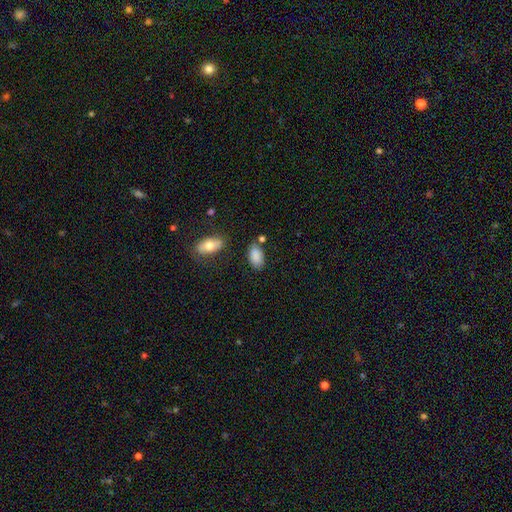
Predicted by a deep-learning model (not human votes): Q: Smooth or featured?
A: smooth (87%); runner-up: star or artifact (8%)
Q: How rounded?
A: in between (94%); runner-up: round (4%)
Q: Merging?
A: none (72%); runner-up: minor disturbance (17%)